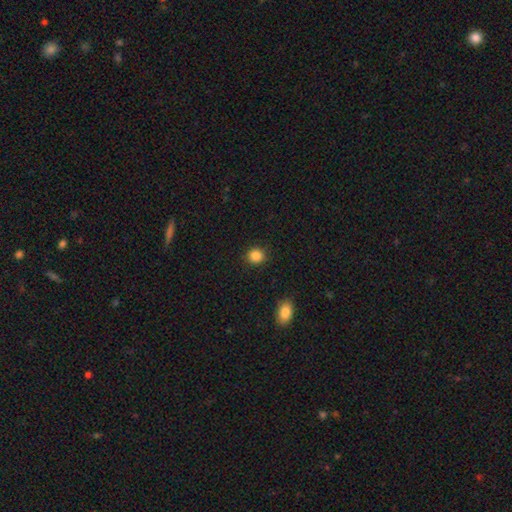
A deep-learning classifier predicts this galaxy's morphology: Overall: smooth (86%). How rounded: round (86%). Merging: none (91%).